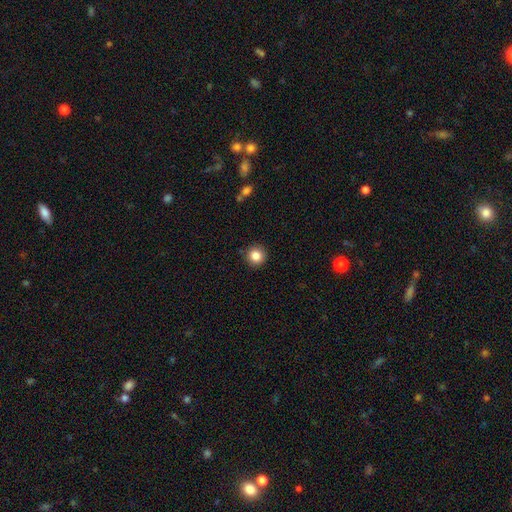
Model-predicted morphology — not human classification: smooth-or-featured: smooth: 85% | star or artifact: 10% | featured or disk: 5%
  how-rounded: round: 94% | in between: 5% | cigar-shaped: 1%
  merging: none: 92% | minor disturbance: 5% | major disturbance: 2% | merger: 1%